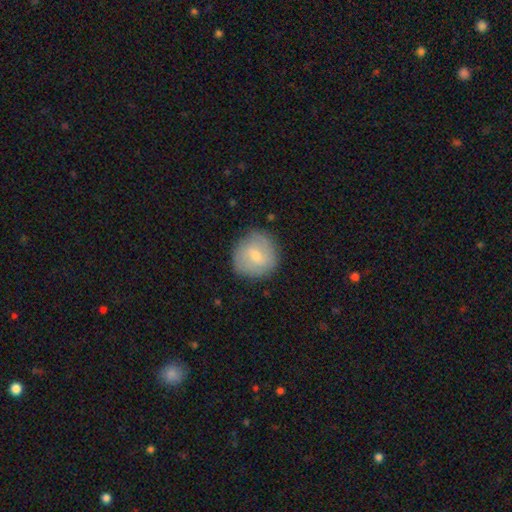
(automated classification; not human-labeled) smooth 65%, featured or disk 28%, star or artifact 7%. Down the decision tree: how rounded — round (91%); merging — none (83%).